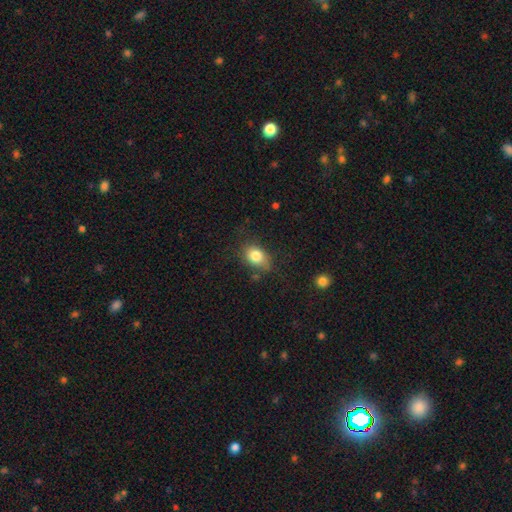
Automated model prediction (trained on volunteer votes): This appears to be a smooth galaxy with no disk features (81%) that is in between round and cigar-shaped (68%). Merging: none (66%).